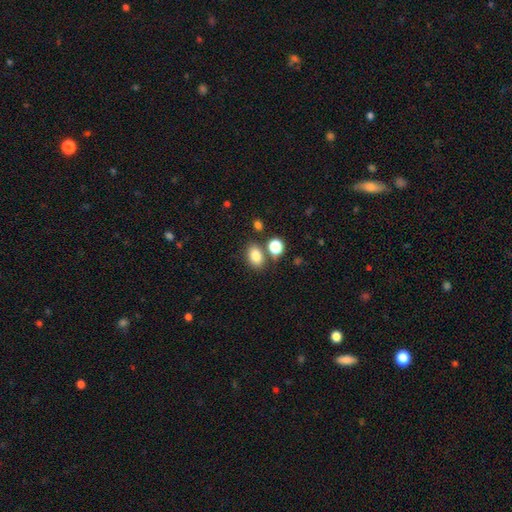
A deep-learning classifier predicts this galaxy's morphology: Smooth or featured? smooth (83%)
How rounded? in between (75%)
Merging? none (70%)